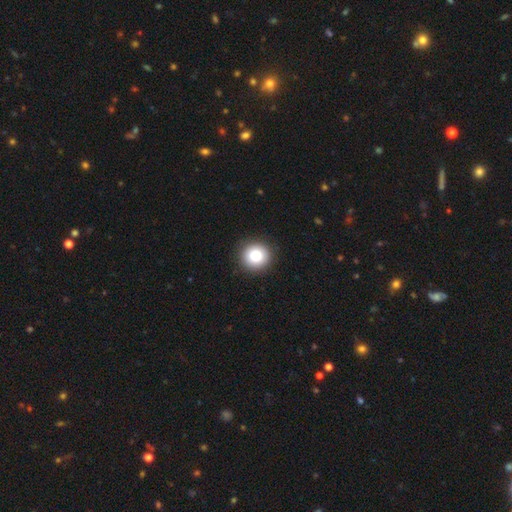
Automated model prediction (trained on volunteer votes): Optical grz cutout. It shows a smooth galaxy with no disk features (82%) that is round (93%). Merging: none (92%).